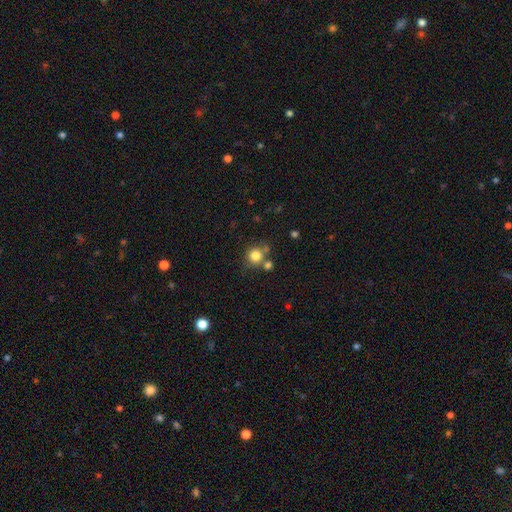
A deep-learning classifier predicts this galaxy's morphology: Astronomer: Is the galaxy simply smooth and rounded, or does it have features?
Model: smooth — 81%.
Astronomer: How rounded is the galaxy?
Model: round — 91%.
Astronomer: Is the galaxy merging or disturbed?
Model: none — 67%.